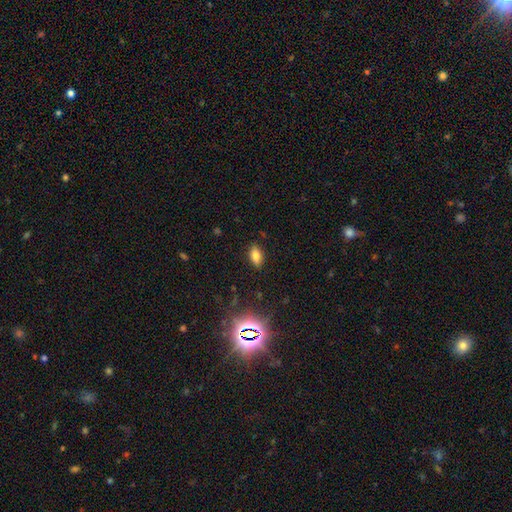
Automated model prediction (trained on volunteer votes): smooth-or-featured: smooth: 76% | star or artifact: 14% | featured or disk: 10%
  how-rounded: in between: 88% | cigar-shaped: 7% | round: 5%
  merging: none: 87% | minor disturbance: 10% | major disturbance: 2% | merger: 1%